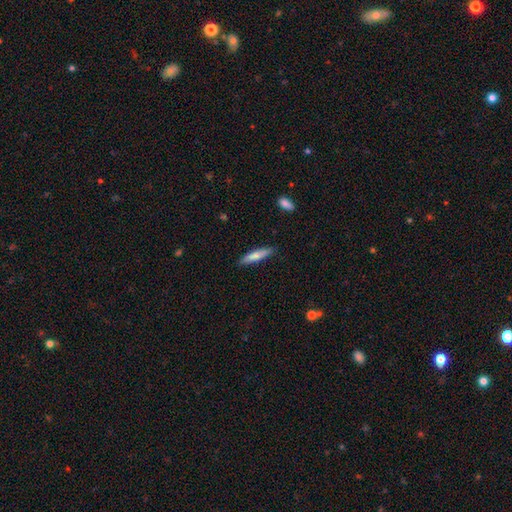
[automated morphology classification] Smooth or featured: smooth — 72% (featured or disk — 23%)
How rounded: cigar-shaped — 86% (in between — 13%)
Merging: none — 86% (minor disturbance — 11%)